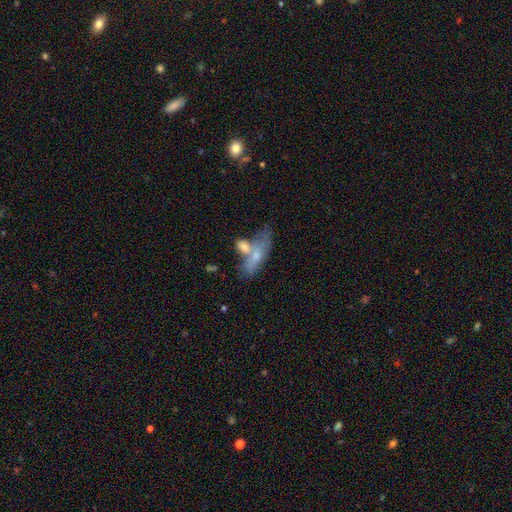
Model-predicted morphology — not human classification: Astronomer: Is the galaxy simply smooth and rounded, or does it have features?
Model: smooth — 54% (runner-up: featured or disk, 38%).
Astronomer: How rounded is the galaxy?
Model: in between — 58% (runner-up: cigar-shaped, 37%).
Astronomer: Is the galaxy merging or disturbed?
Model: merger — 45% (runner-up: none, 29%).